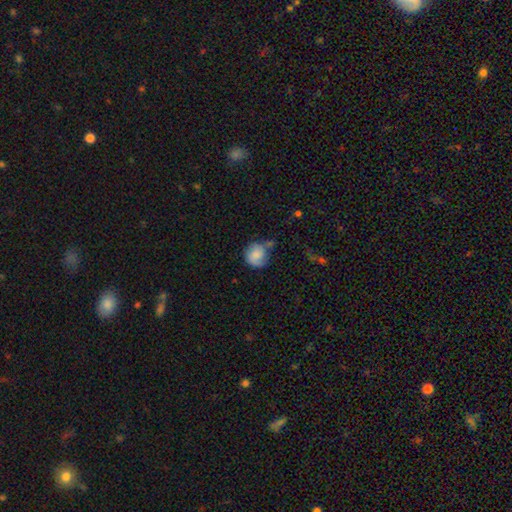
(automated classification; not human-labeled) Smooth or featured? Predicted: smooth (p=0.68). How rounded? Predicted: round (p=0.83). Merging? Predicted: none (p=0.50).